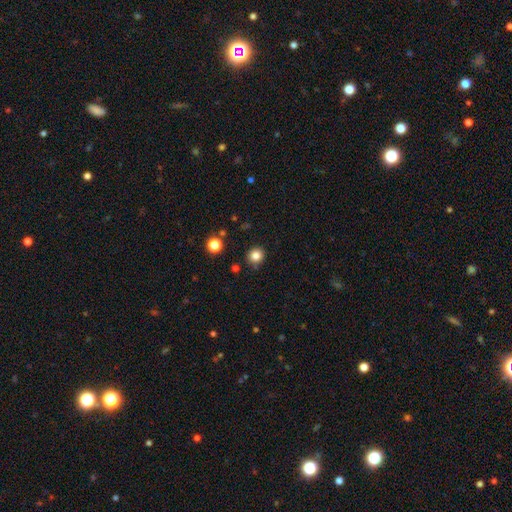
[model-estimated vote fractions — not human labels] Smooth or featured: smooth — 83% (star or artifact — 12%)
How rounded: round — 90% (in between — 9%)
Merging: none — 88% (minor disturbance — 7%)